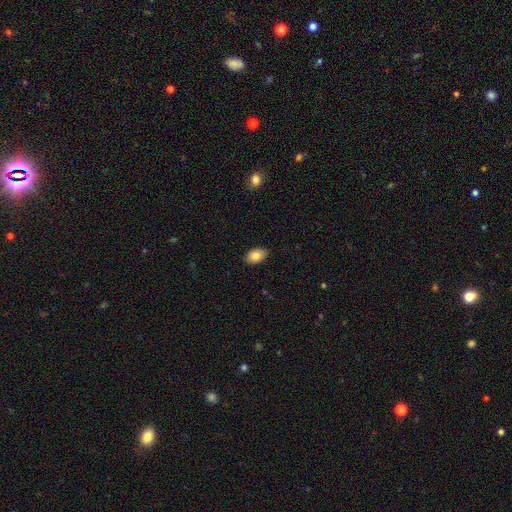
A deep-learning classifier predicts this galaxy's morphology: smooth-or-featured: smooth: 83% | featured or disk: 9% | star or artifact: 7%
  how-rounded: in between: 91% | round: 8% | cigar-shaped: 1%
  merging: none: 88% | minor disturbance: 9% | major disturbance: 2% | merger: 1%